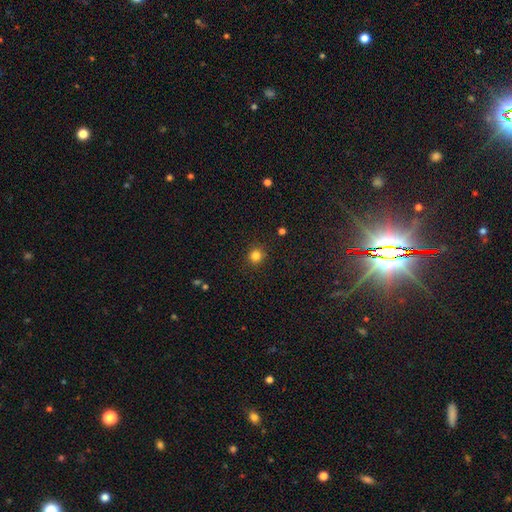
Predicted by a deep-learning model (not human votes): smooth-or-featured: smooth: 82% | star or artifact: 14% | featured or disk: 5%
  how-rounded: round: 92% | in between: 7% | cigar-shaped: 1%
  merging: none: 91% | minor disturbance: 6% | major disturbance: 2% | merger: 1%